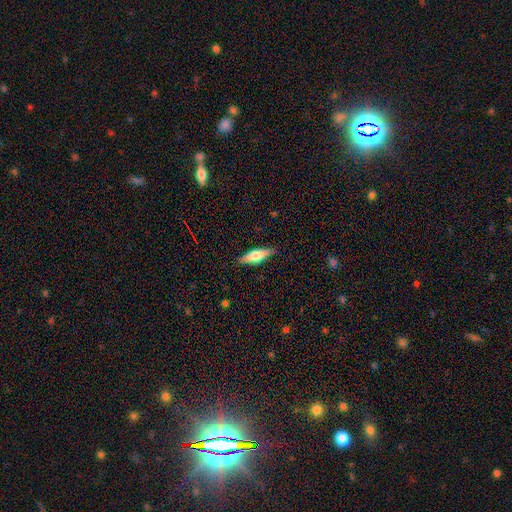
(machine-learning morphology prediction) This appears to be a smooth galaxy with no disk features (52%) that is cigar-shaped (50%). Merging: none (86%).